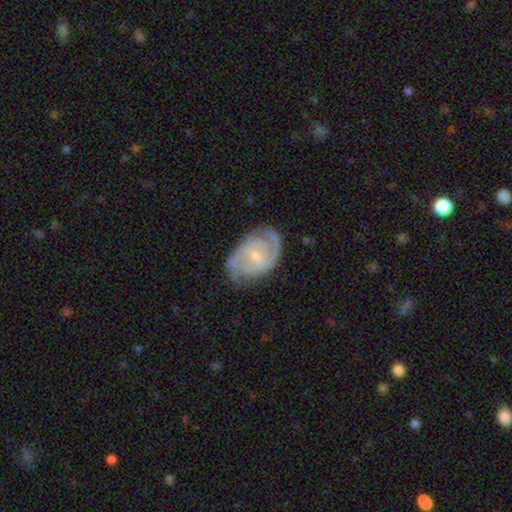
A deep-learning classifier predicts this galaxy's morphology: A featured or disk galaxy (84%) with a weak bar (50%), 2 (74%) medium (49%) spiral arms (96%) and a small central bulge (59%). Merging: none (72%).